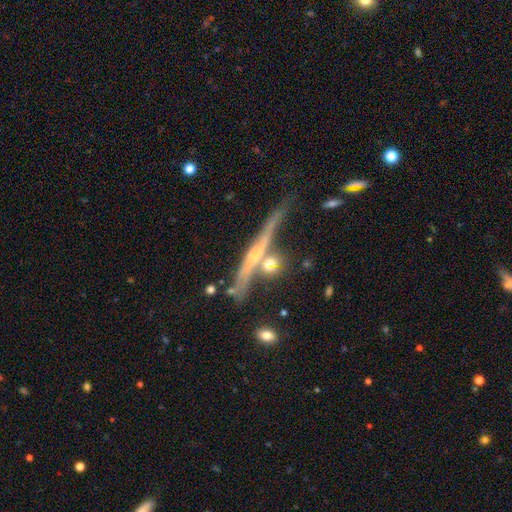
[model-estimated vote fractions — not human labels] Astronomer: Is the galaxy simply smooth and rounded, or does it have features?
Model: featured or disk — 70%.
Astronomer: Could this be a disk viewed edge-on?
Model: yes — 92%.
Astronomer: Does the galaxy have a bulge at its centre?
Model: rounded — 57%.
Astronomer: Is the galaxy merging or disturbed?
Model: none — 57%.